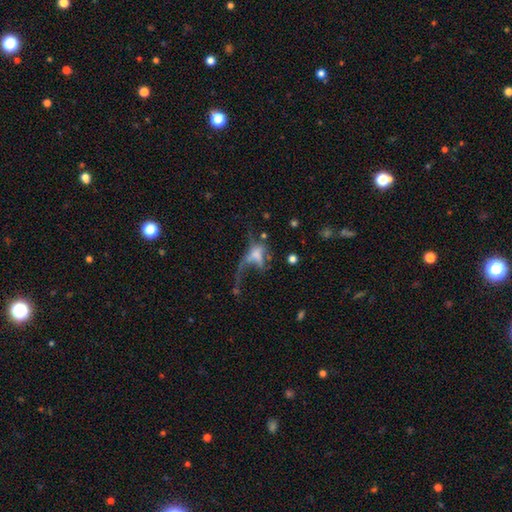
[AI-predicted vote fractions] This appears to be a featured or disk galaxy (48%). Merging: major disturbance (55%).